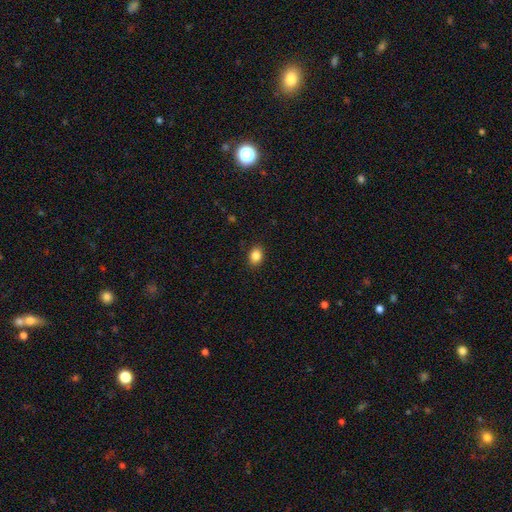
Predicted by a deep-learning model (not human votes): A smooth galaxy with no disk features (86%) that is in between round and cigar-shaped (60%). Merging: none (89%).